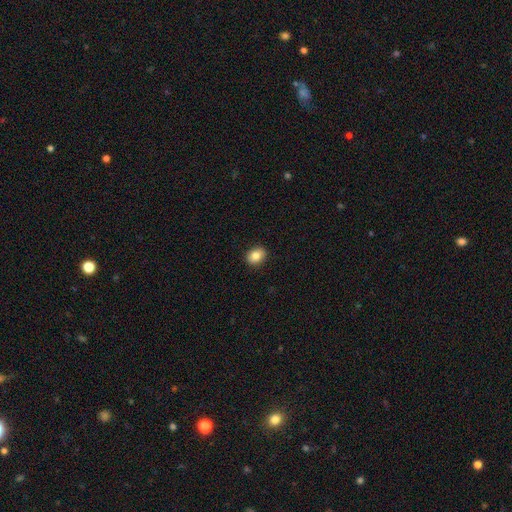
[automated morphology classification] This appears to be a smooth galaxy with no disk features (84%) that is in between round and cigar-shaped (61%). Merging: none (91%).